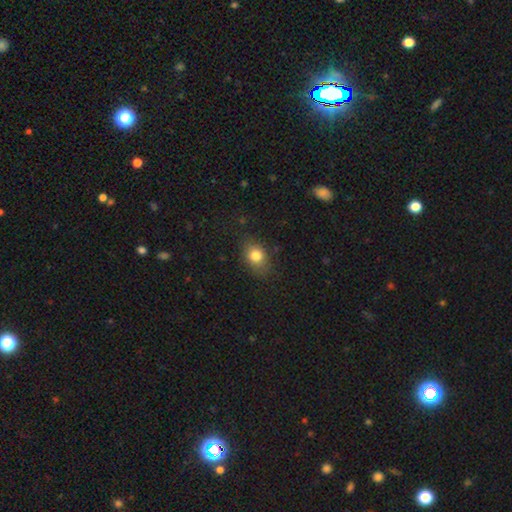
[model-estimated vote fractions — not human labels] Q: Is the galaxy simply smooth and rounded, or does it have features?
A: smooth — 80%.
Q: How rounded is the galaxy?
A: in between — 61%.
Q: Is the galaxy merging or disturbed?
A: none — 80%.